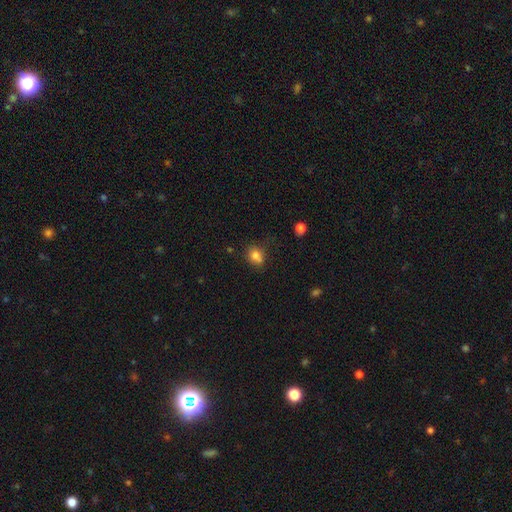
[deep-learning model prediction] A smooth galaxy with no disk features (78%) that is round (54%).

Vote fractions:
- Smooth or featured? smooth: 78% / star or artifact: 12% / featured or disk: 10%
- How rounded? round: 54% / in between: 45% / cigar-shaped: 1%
- Merging? none: 55% / minor disturbance: 22% / merger: 17% / major disturbance: 6%